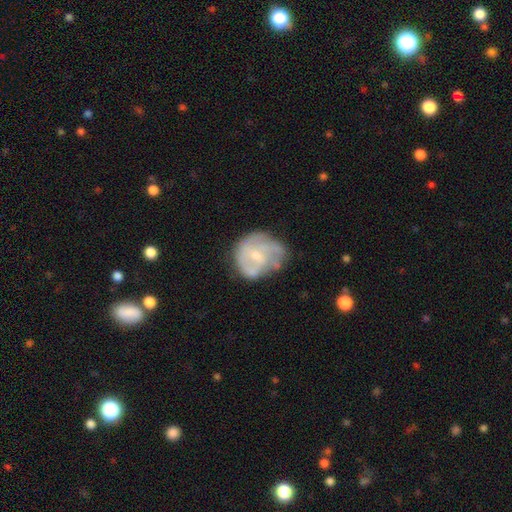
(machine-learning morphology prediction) Smooth or featured: featured or disk — 59% (smooth — 34%)
Edge-on disk: no — 98% (yes — 2%)
Bar: no — 55% (weak — 38%)
Spiral arms: yes — 57% (no — 43%)
Bulge size: small — 58% (moderate — 29%)
Merging: none — 47% (minor disturbance — 29%)